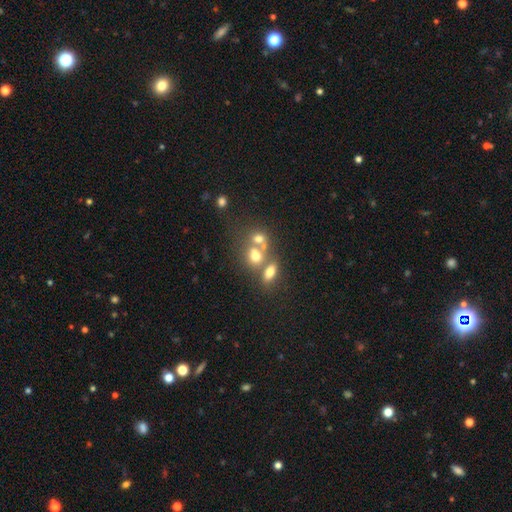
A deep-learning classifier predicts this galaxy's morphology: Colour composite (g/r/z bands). It shows a smooth galaxy with no disk features (64%) that is round (50%). Merging: merger (51%).